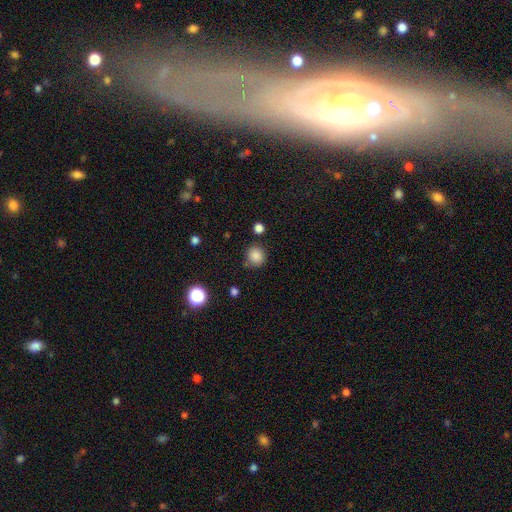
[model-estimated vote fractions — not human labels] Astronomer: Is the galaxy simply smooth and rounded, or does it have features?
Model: smooth — 85%.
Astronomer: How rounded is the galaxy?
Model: round — 88%.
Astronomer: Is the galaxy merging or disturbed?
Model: none — 79%.